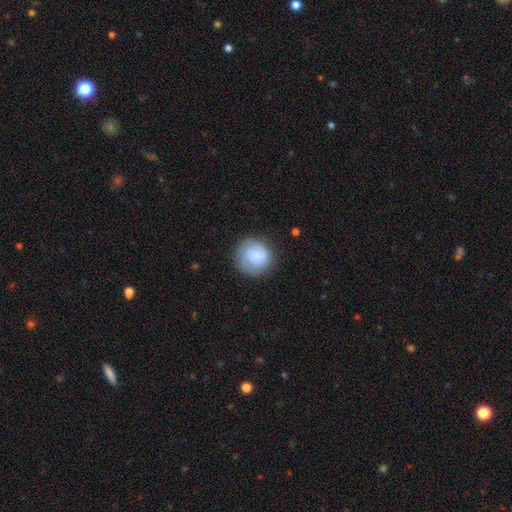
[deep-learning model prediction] The model was most divided on "merging": none: 76%, minor disturbance: 16%, major disturbance: 7%, merger: 1%. More confident: how rounded — round (91%); smooth or featured — smooth (78%).